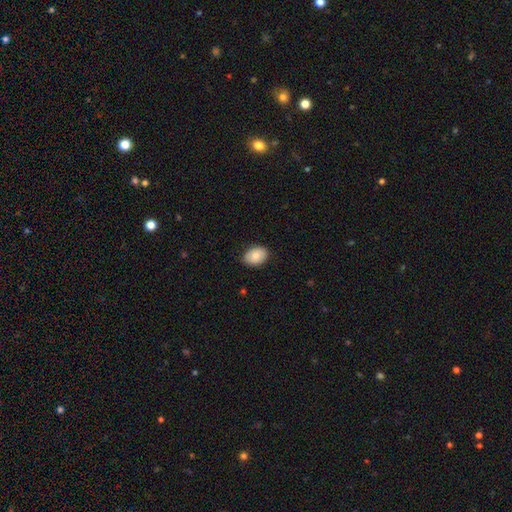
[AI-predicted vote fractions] A smooth galaxy with no disk features (81%) that is in between round and cigar-shaped (80%). Merging: none (86%).